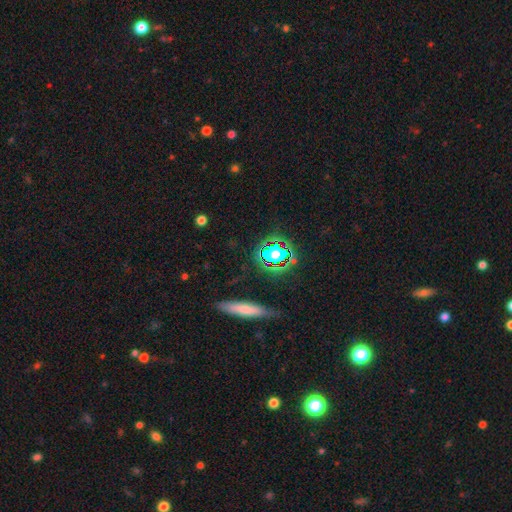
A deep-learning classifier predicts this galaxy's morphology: Smooth or featured? star or artifact (41%)